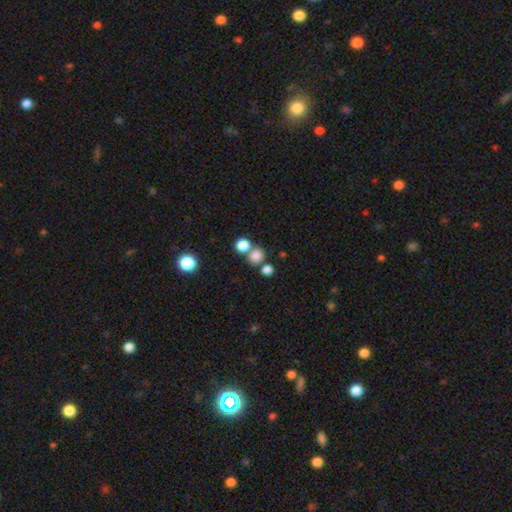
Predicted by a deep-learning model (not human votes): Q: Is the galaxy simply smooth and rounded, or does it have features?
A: smooth — 80%.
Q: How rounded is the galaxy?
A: round — 83%.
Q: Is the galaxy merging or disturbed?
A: none — 60%.